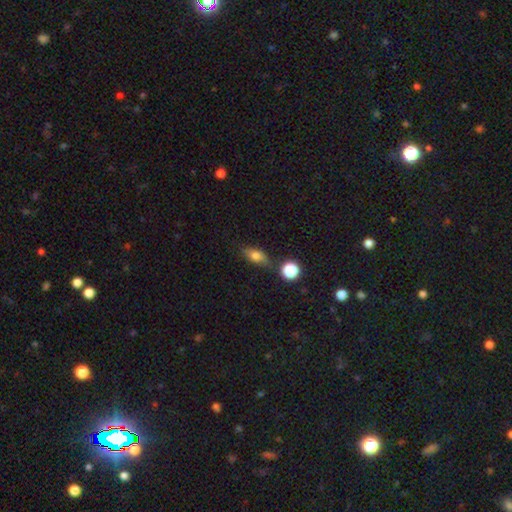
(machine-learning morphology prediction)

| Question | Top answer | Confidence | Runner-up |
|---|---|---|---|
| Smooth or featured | smooth | 72% | featured or disk (16%) |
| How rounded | in between | 76% | round (12%) |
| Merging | none | 73% | minor disturbance (16%) |